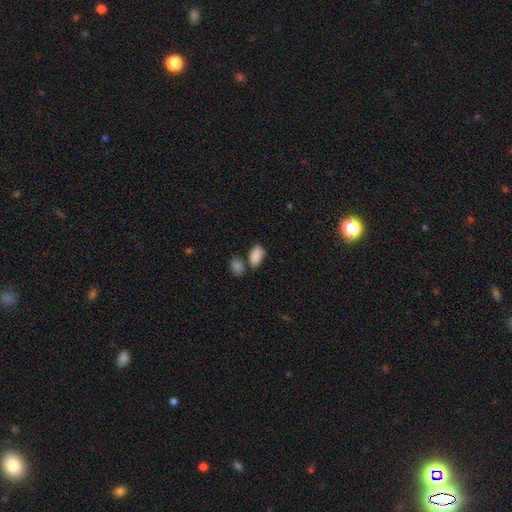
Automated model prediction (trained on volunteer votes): Smooth or featured? Predicted: smooth (p=0.87). How rounded? Predicted: in between (p=0.92). Merging? Predicted: none (p=0.59).